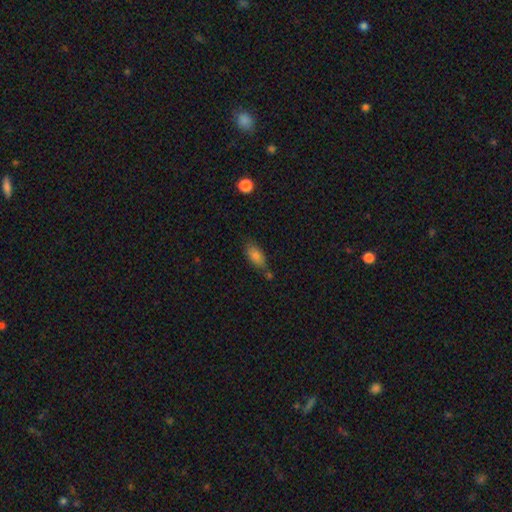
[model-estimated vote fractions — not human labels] A smooth galaxy with no disk features (81%) that is in between round and cigar-shaped (87%). Merging: none (64%).